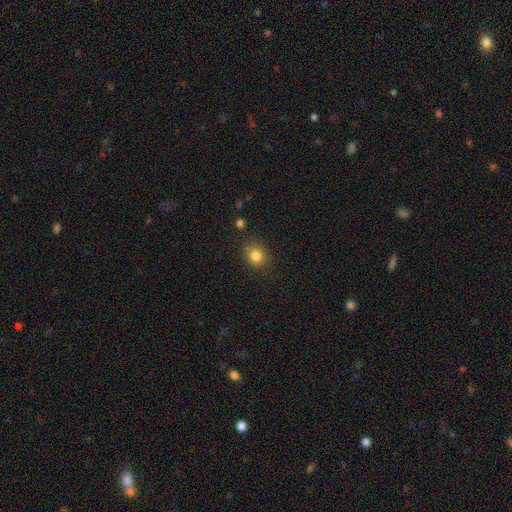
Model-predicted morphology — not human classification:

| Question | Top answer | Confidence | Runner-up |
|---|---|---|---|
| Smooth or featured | smooth | 83% | star or artifact (12%) |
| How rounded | round | 74% | in between (25%) |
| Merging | none | 80% | minor disturbance (13%) |